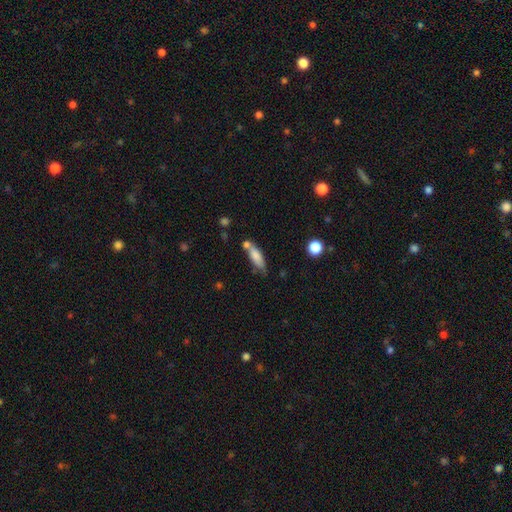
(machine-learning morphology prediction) A smooth galaxy with no disk features (75%) that is cigar-shaped (49%, tied with in between).

Vote fractions:
- Smooth or featured? smooth: 75% / featured or disk: 17% / star or artifact: 8%
- How rounded? cigar-shaped: 49% (tied) / in between: 49% (tied) / round: 2%
- Merging? none: 52% / merger: 21% / minor disturbance: 20% / major disturbance: 6%